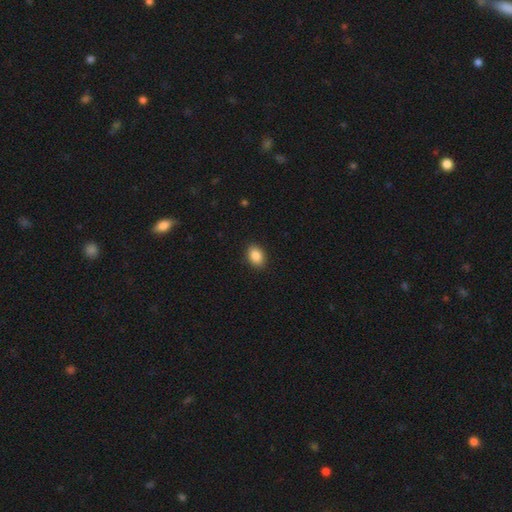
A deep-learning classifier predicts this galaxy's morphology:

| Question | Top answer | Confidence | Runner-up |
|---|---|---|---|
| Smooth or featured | smooth | 88% | star or artifact (8%) |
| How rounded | in between | 78% | round (21%) |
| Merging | none | 90% | minor disturbance (7%) |